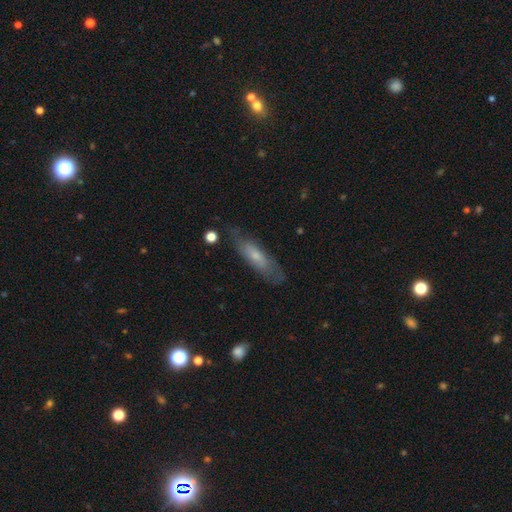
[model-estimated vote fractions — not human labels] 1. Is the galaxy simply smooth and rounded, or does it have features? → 52% smooth, 41% featured or disk, 7% star or artifact.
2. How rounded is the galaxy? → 61% cigar-shaped, 37% in between, 2% round.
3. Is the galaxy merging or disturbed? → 70% none, 20% minor disturbance, 7% major disturbance, 2% merger.